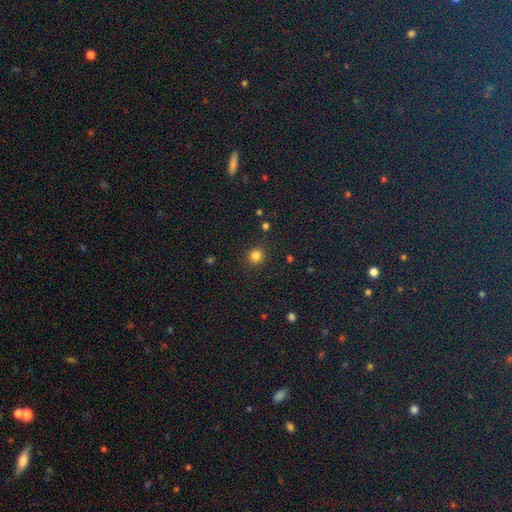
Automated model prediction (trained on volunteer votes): Overall: smooth (82%). How rounded: round (91%). Merging: none (90%).